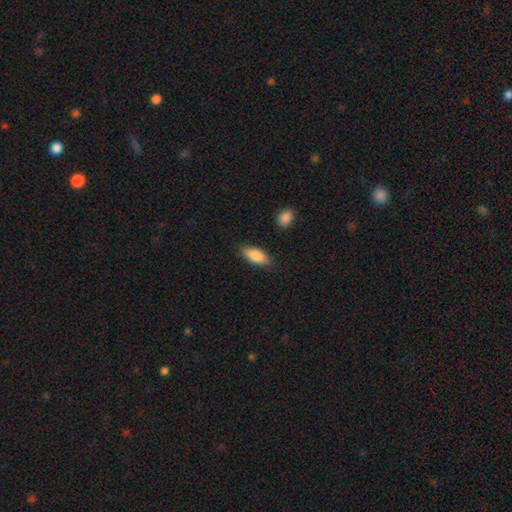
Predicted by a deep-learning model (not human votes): smooth_or_featured: smooth (p=0.85) [alt: featured or disk p=0.09]
how_rounded: in between (p=0.81) [alt: cigar-shaped p=0.17]
merging: none (p=0.83) [alt: minor disturbance p=0.12]